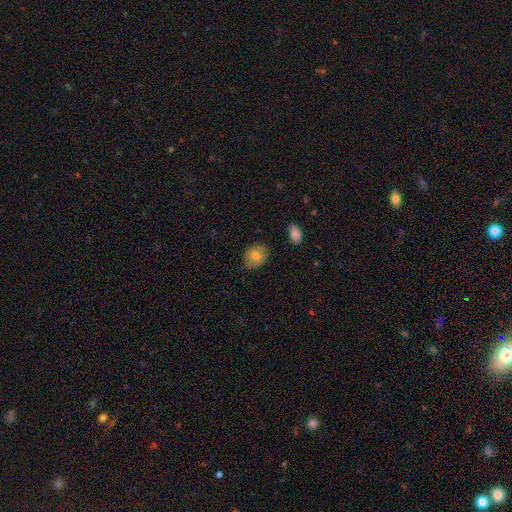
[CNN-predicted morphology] smooth 79%, featured or disk 12%, star or artifact 9%. Down the decision tree: how rounded — round (59%); merging — none (82%).